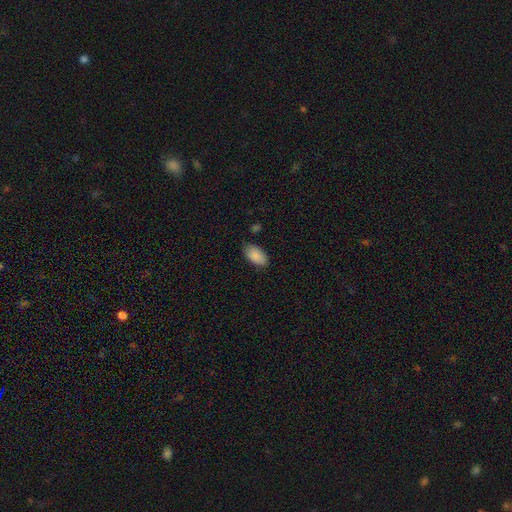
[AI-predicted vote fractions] The model was most divided on "merging": none: 79%, minor disturbance: 16%, major disturbance: 3%, merger: 2%. More confident: how rounded — in between (94%); smooth or featured — smooth (88%).